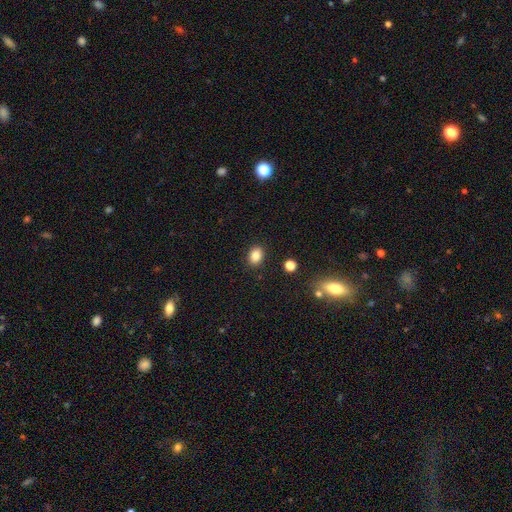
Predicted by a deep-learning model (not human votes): smooth-or-featured: smooth: 84% | star or artifact: 10% | featured or disk: 6%
  how-rounded: in between: 64% | round: 35% | cigar-shaped: 1%
  merging: none: 88% | minor disturbance: 8% | major disturbance: 2% | merger: 2%